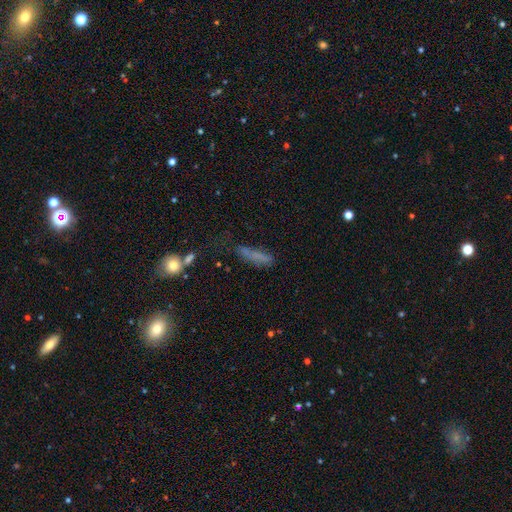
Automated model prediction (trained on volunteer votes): A smooth galaxy with no disk features (65%) that is cigar-shaped (74%). Merging: none (49%).